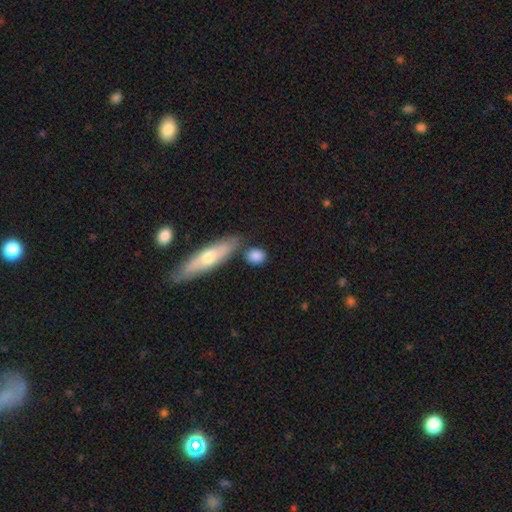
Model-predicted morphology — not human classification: Smooth or featured? Predicted: smooth (p=0.84). How rounded? Predicted: round (p=0.49). Merging? Predicted: none (p=0.70).